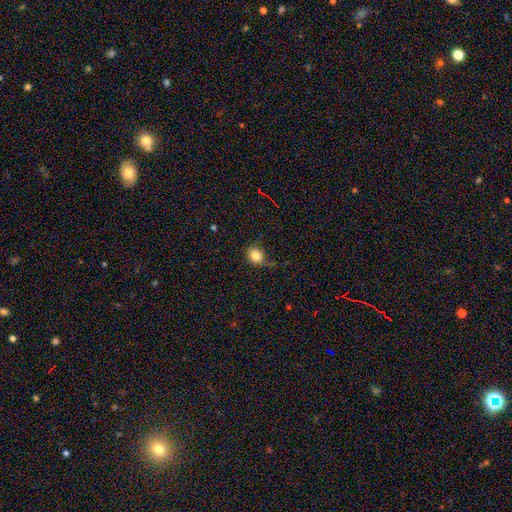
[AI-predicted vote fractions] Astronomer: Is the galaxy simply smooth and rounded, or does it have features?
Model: smooth — 83%.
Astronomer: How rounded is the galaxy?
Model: round — 63%.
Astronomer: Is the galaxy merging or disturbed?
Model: none — 65%.